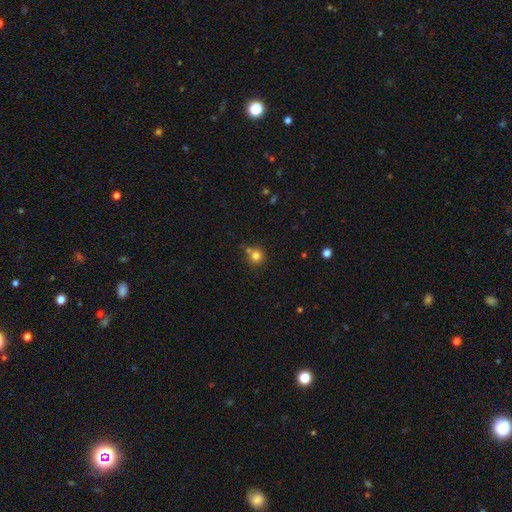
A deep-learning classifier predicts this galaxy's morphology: Smooth or featured? Predicted: smooth (p=0.79). How rounded? Predicted: round (p=0.91). Merging? Predicted: none (p=0.66).